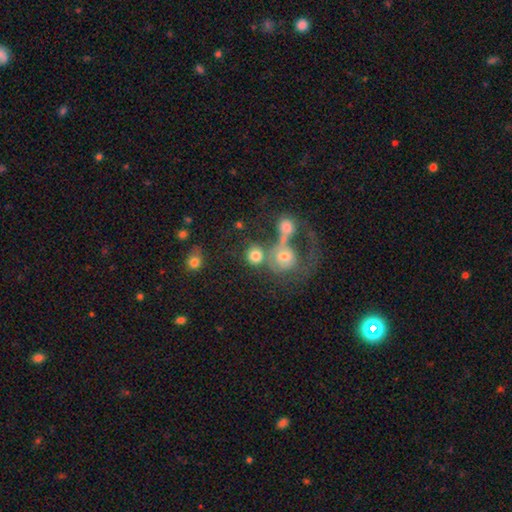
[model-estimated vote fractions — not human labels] Smooth or featured? Predicted: smooth (p=0.73). How rounded? Predicted: round (p=0.84). Merging? Predicted: merger (p=0.43).